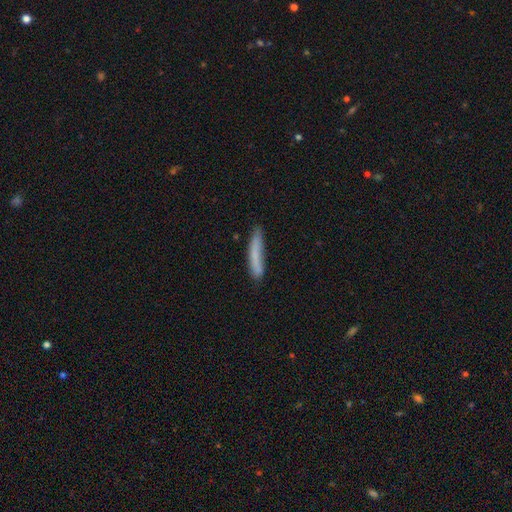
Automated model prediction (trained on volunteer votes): A smooth galaxy with no disk features (73%) that is cigar-shaped (91%).

Vote fractions:
- Smooth or featured? smooth: 73% / featured or disk: 19% / star or artifact: 7%
- How rounded? cigar-shaped: 91% / in between: 8% / round: 1%
- Merging? none: 69% / minor disturbance: 22% / major disturbance: 6% / merger: 3%